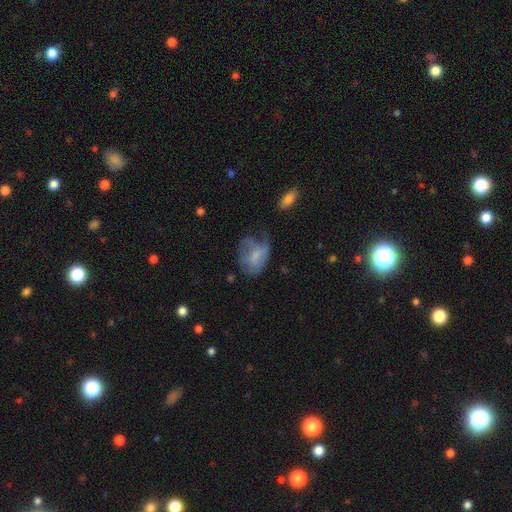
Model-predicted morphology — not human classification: Smooth or featured: smooth — 50% (featured or disk — 42%)
Merging: major disturbance — 41% (minor disturbance — 29%)